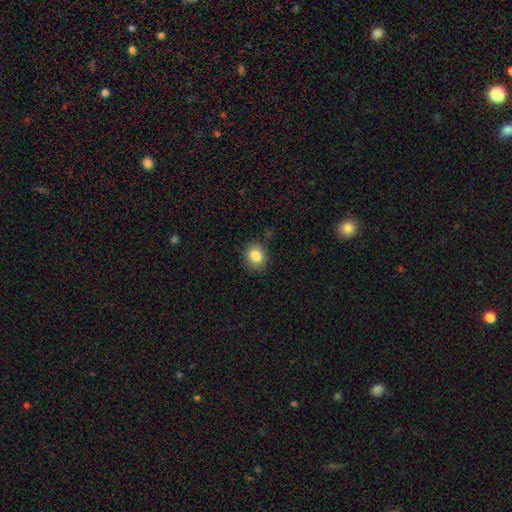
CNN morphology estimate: A smooth galaxy with no disk features (84%) that is round (65%). Merging: none (86%).